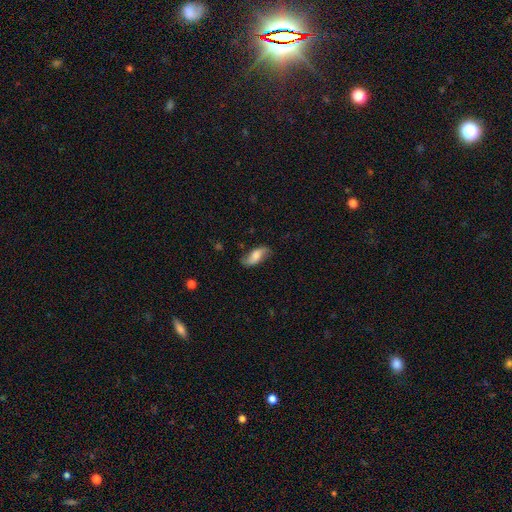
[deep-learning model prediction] Q: Smooth or featured?
A: smooth (49%); runner-up: featured or disk (43%)
Q: Merging?
A: none (72%); runner-up: minor disturbance (20%)